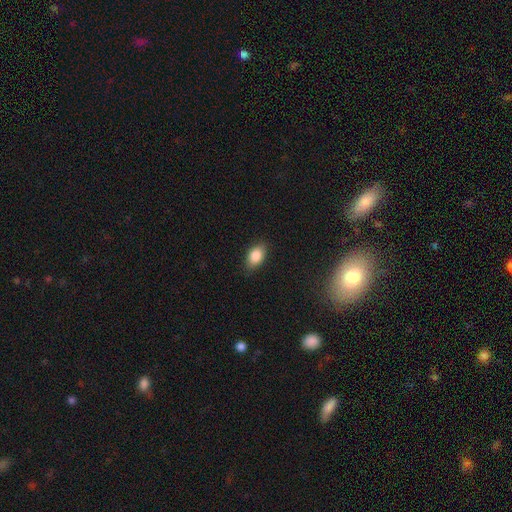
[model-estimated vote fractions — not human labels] Morphology: type=smooth (86%); roundness=in between (88%); merging=none (84%).